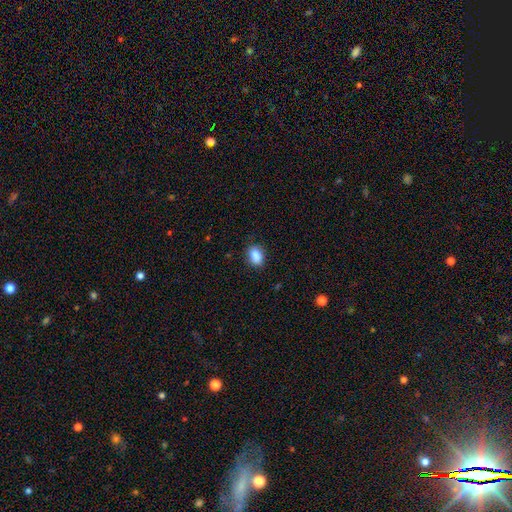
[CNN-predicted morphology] Smooth or featured? smooth (87%)
How rounded? in between (80%)
Merging? none (82%)